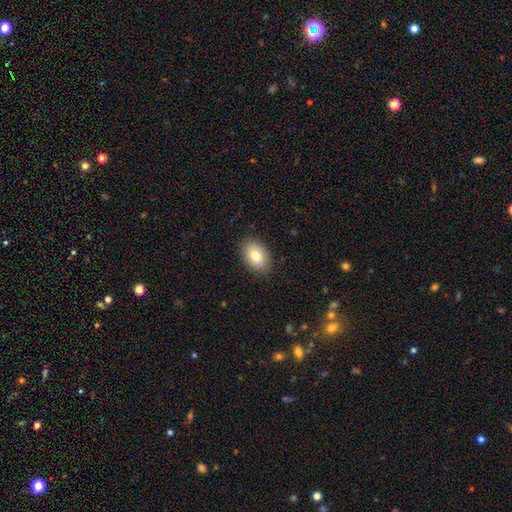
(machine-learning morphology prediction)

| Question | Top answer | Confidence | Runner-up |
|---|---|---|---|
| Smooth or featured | smooth | 77% | featured or disk (16%) |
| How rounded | in between | 83% | round (16%) |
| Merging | none | 85% | minor disturbance (12%) |